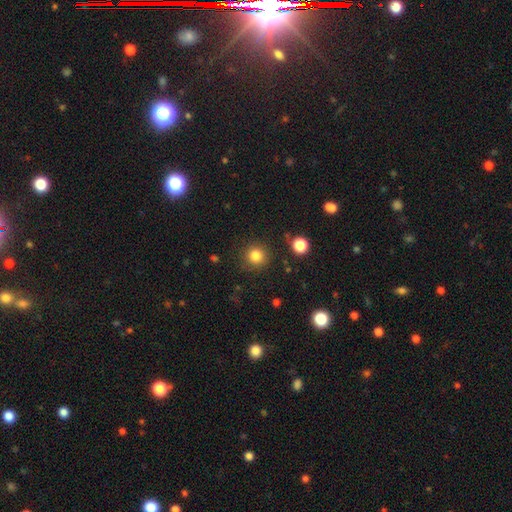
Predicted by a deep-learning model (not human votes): Smooth or featured?
  - smooth: 83% *
  - star or artifact: 12%
  - featured or disk: 5%
How rounded?
  - round: 93% *
  - in between: 6%
  - cigar-shaped: 1%
Merging?
  - none: 87% *
  - minor disturbance: 8%
  - major disturbance: 3%
  - merger: 2%